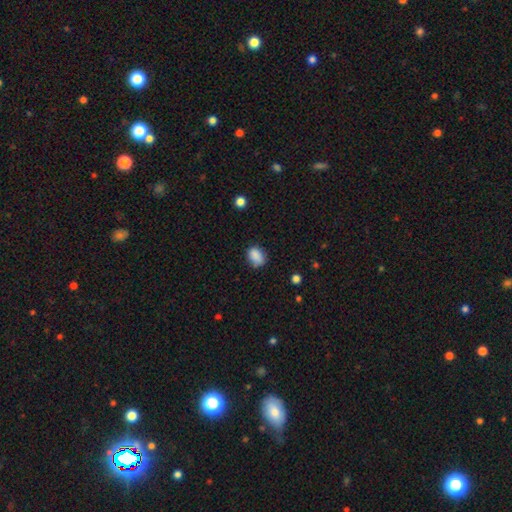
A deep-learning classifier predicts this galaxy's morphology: Smooth or featured?
  - smooth: 86% *
  - star or artifact: 9%
  - featured or disk: 5%
How rounded?
  - in between: 71% *
  - round: 28%
  - cigar-shaped: 1%
Merging?
  - none: 69% *
  - minor disturbance: 24%
  - major disturbance: 5%
  - merger: 2%